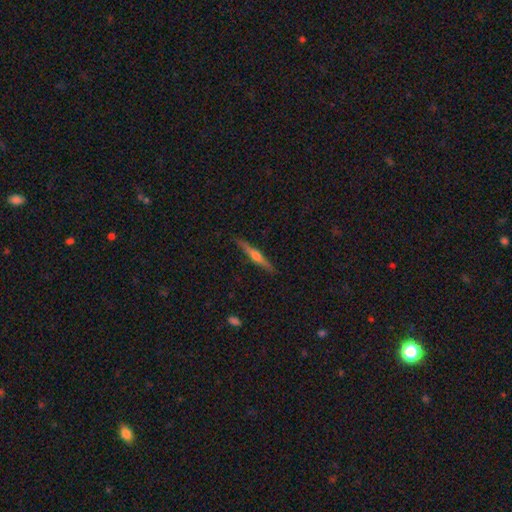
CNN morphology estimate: smooth_or_featured: featured or disk (p=0.71) [alt: smooth p=0.23]
disk_edge_on: yes (p=0.98) [alt: no p=0.02]
edge_on_bulge: rounded (p=0.90) [alt: none p=0.05]
merging: none (p=0.90) [alt: minor disturbance p=0.07]